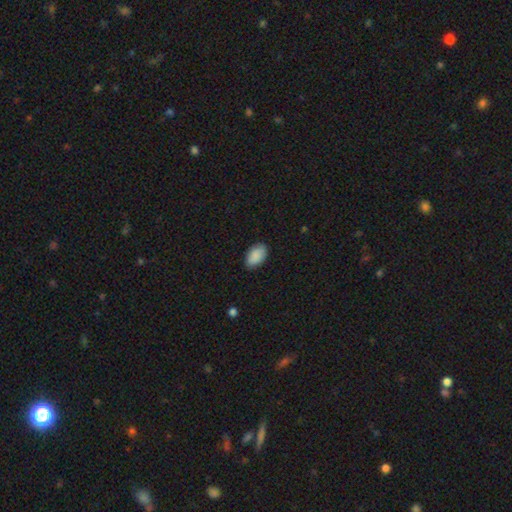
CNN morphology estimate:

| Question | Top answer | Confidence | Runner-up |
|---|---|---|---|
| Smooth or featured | smooth | 90% | star or artifact (6%) |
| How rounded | in between | 94% | round (5%) |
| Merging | none | 84% | minor disturbance (13%) |